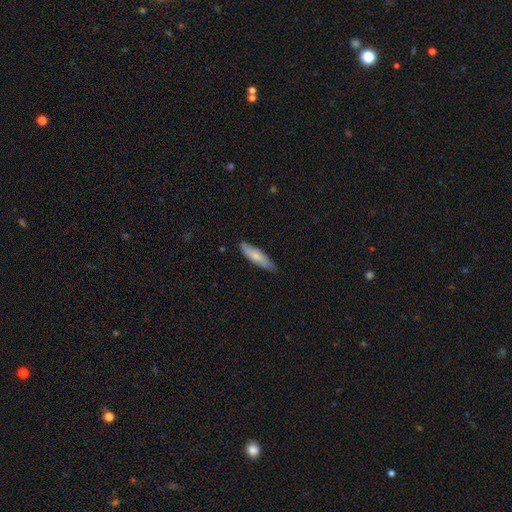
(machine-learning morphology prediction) Overall: smooth (76%). How rounded: cigar-shaped (64%; in between 35%). Merging: none (79%).